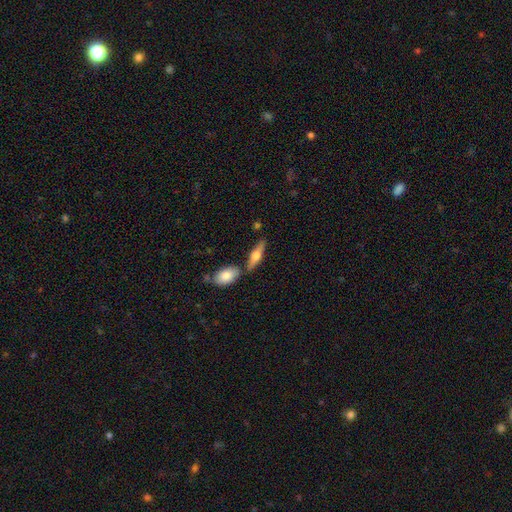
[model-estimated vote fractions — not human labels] Overall: featured or disk (53%; smooth 41%). Edge-on disk: yes (94%). Merging: none (71%).